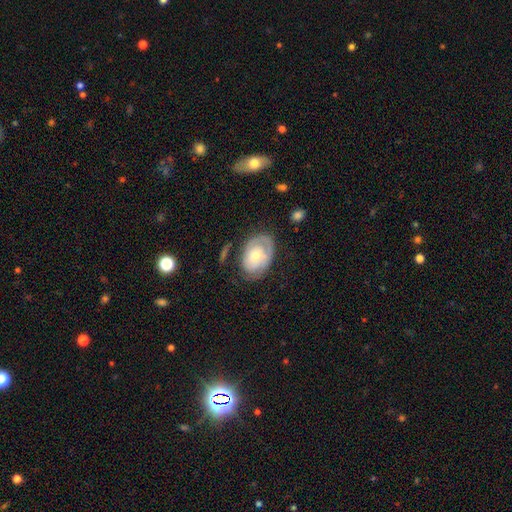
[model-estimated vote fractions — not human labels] Smooth or featured? featured or disk (56%)
Edge-on disk? no (94%)
Bar? no (82%)
Spiral arms? yes (61%)
Bulge size? small (49%)
Merging? none (62%)